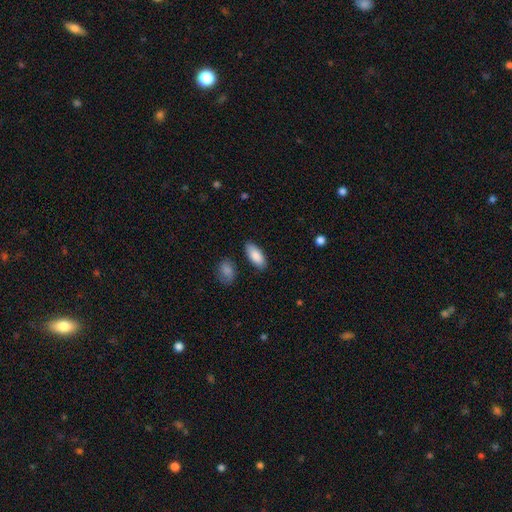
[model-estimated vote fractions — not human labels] The model was most divided on "merging": none: 84%, minor disturbance: 11%, merger: 3%, major disturbance: 2%. More confident: smooth or featured — smooth (87%); how rounded — in between (86%).